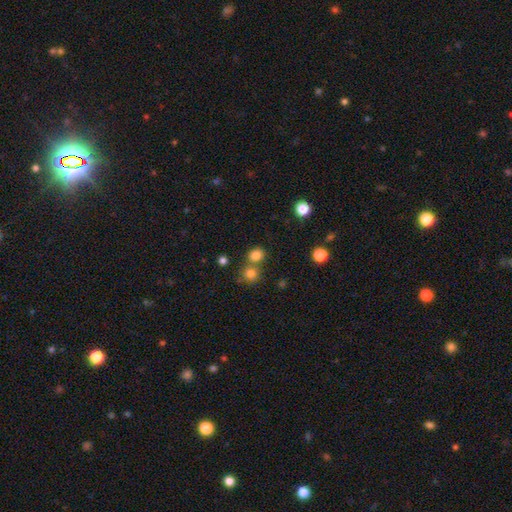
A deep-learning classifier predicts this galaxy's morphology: Smooth or featured? Predicted: smooth (p=0.80). How rounded? Predicted: round (p=0.77). Merging? Predicted: none (p=0.61).